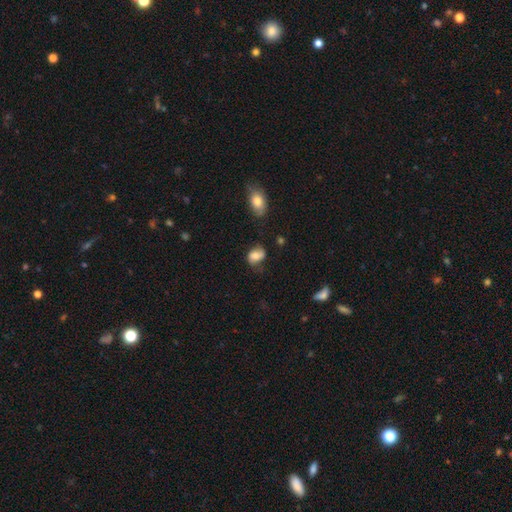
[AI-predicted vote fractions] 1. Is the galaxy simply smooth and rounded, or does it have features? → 68% smooth, 23% featured or disk, 9% star or artifact.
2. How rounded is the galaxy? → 71% in between, 28% round, 1% cigar-shaped.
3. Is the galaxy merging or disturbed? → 49% none, 32% minor disturbance, 13% major disturbance, 5% merger.